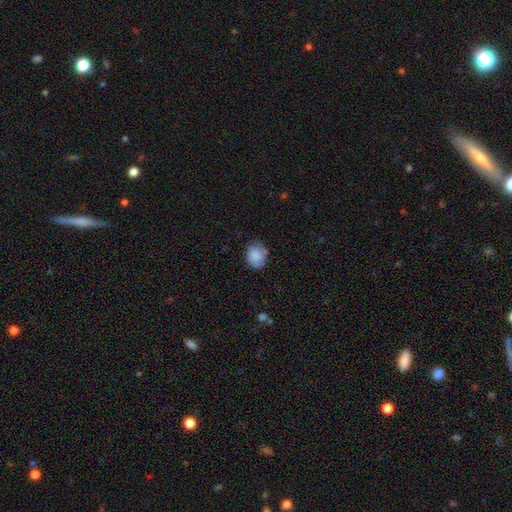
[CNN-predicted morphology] Smooth or featured? smooth (79%)
How rounded? in between (50%)
Merging? none (67%)